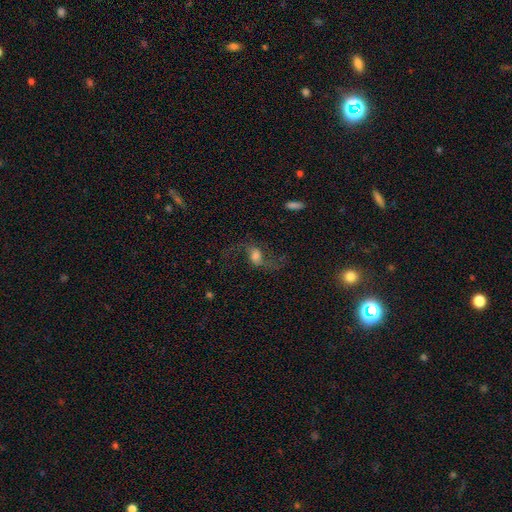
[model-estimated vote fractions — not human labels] smooth-or-featured: featured or disk: 66% | smooth: 22% | star or artifact: 12%
  disk-edge-on: no: 93% | yes: 7%
    bar: no: 46% | weak: 40% | strong: 14%
    has-spiral-arms: yes: 89% | no: 11%
      spiral-winding: loose: 85% | medium: 13% | tight: 2%
      spiral-arm-count: 2: 91% | 1: 3% | can't tell: 2% | 3: 1% | 4: 1% | more than 4: 1%
    bulge-size: moderate: 38% | large: 30% | small: 17% | none: 8% | dominant: 6%
  merging: none: 58% | major disturbance: 24% | minor disturbance: 15% | merger: 3%